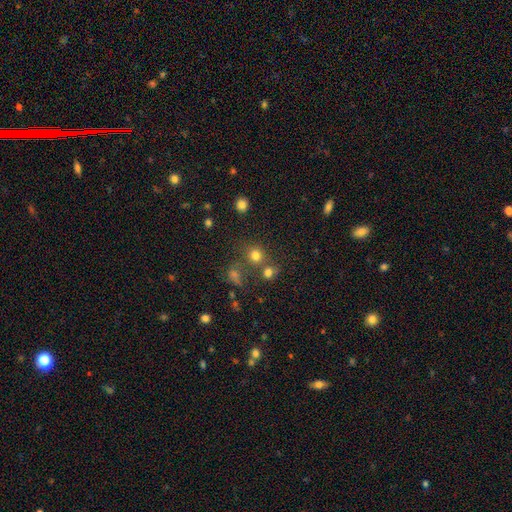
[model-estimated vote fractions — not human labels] A smooth galaxy with no disk features (75%) that is round (85%).

Vote fractions:
- Smooth or featured? smooth: 75% / star or artifact: 17% / featured or disk: 7%
- How rounded? round: 85% / in between: 14% / cigar-shaped: 1%
- Merging? none: 63% / merger: 23% / minor disturbance: 9% / major disturbance: 5%